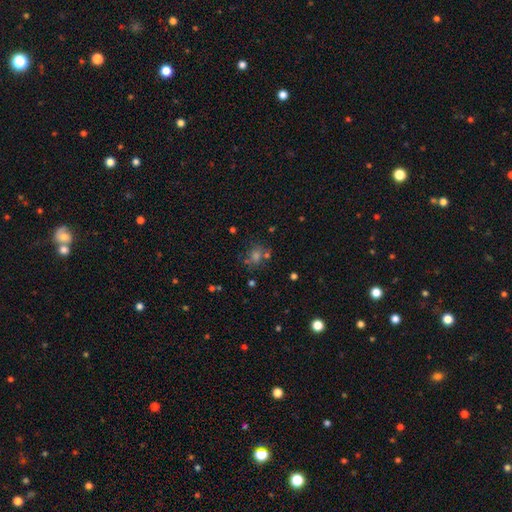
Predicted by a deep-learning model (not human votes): smooth-or-featured: smooth: 47% | star or artifact: 37% | featured or disk: 16%
  merging: none: 66% | minor disturbance: 15% | merger: 12% | major disturbance: 8%